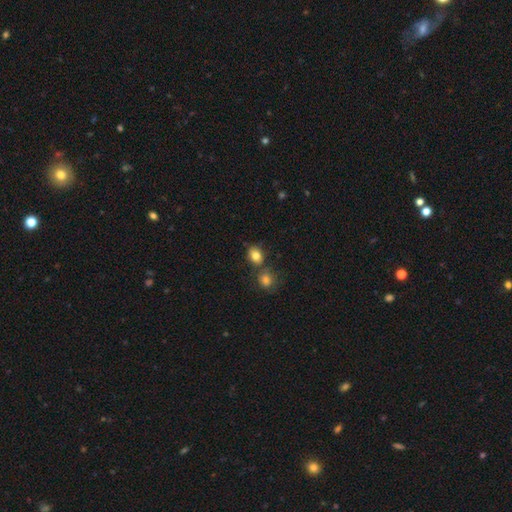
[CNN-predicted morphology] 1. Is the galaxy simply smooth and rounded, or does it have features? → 82% smooth, 11% star or artifact, 8% featured or disk.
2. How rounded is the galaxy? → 57% in between, 42% round, 1% cigar-shaped.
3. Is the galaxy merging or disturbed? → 64% none, 21% merger, 12% minor disturbance, 3% major disturbance.